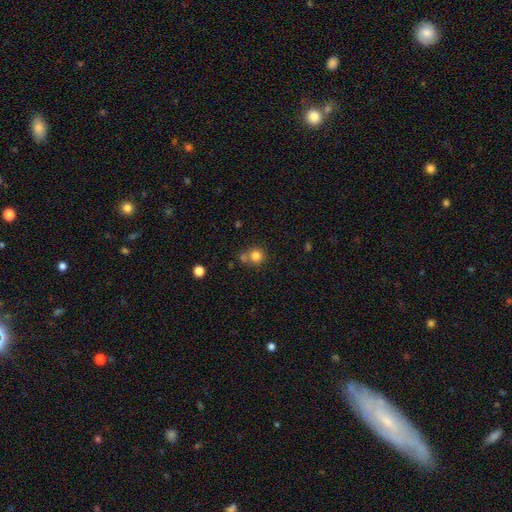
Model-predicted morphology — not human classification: This is clearly a smooth galaxy (81%). How rounded: clearly round (90%). Merging: likely none (60%).